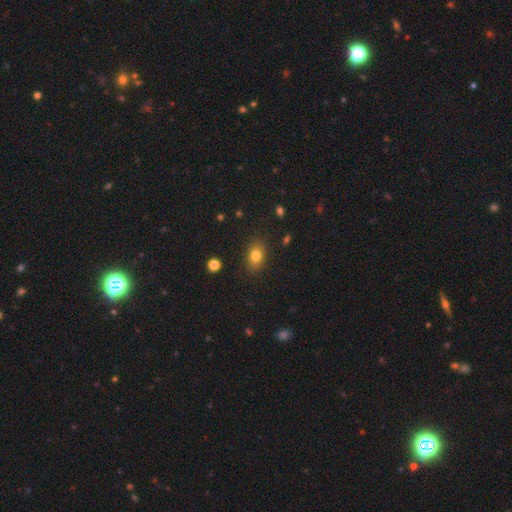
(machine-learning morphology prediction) smooth-or-featured: smooth: 79% | star or artifact: 11% | featured or disk: 10%
  how-rounded: in between: 74% | round: 24% | cigar-shaped: 2%
  merging: none: 86% | minor disturbance: 10% | major disturbance: 3% | merger: 1%